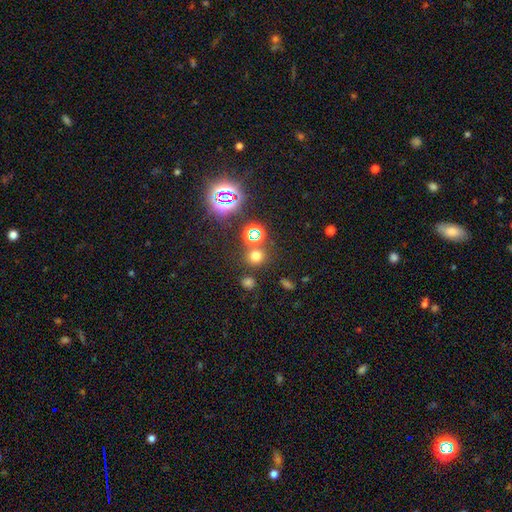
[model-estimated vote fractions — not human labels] Morphology: type=smooth (64%); roundness=round (86%); merging=none (79%).